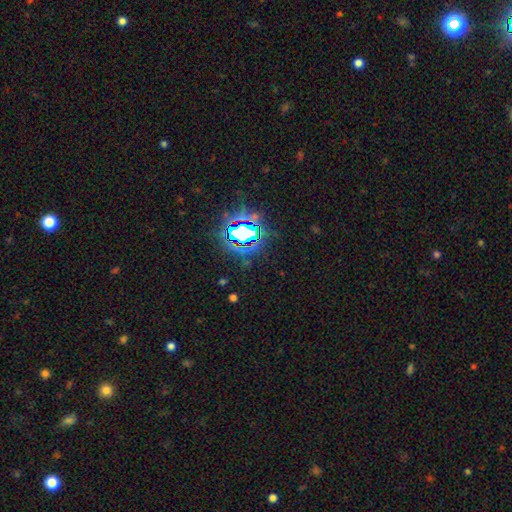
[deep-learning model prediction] A star or artifact, not a galaxy (83%).